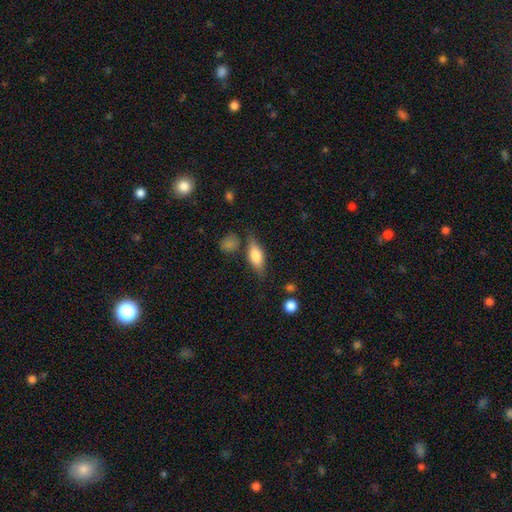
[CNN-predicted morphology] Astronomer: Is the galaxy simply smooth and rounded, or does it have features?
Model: smooth — 66%.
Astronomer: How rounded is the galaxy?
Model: in between — 70%.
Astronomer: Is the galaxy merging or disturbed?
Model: none — 71%.